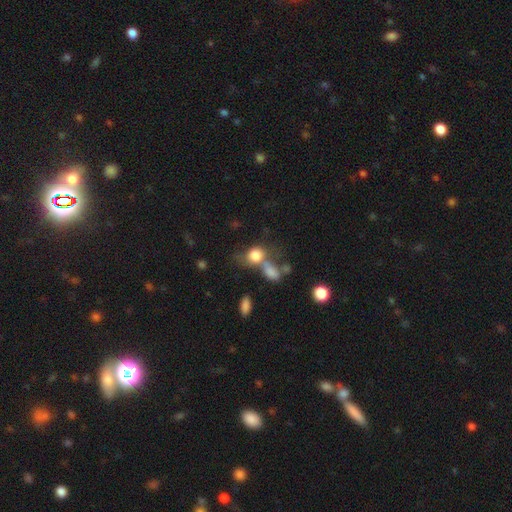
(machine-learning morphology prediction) smooth_or_featured: smooth (p=0.77) [alt: featured or disk p=0.12]
how_rounded: round (p=0.49) [alt: in between p=0.48]
merging: merger (p=0.48) [alt: none p=0.27]